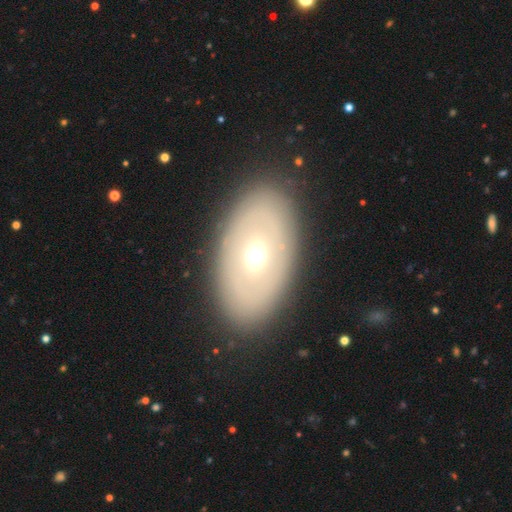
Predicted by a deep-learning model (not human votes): The model was most divided on "smooth or featured": featured or disk: 53%, smooth: 39%, star or artifact: 7%. More confident: edge-on disk — no (89%); merging — none (87%).